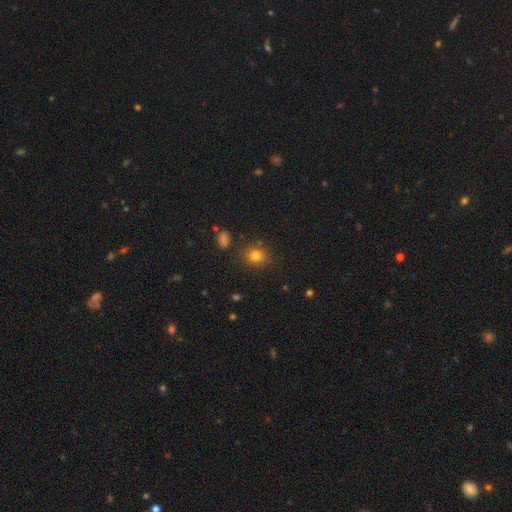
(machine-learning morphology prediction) Smooth or featured: smooth — 79% (star or artifact — 14%)
How rounded: round — 66% (in between — 33%)
Merging: none — 83% (minor disturbance — 11%)